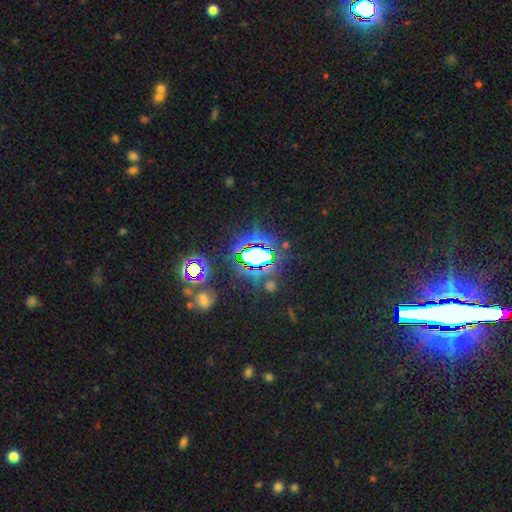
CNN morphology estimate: This is likely a star or artifact rather than a galaxy (72%).